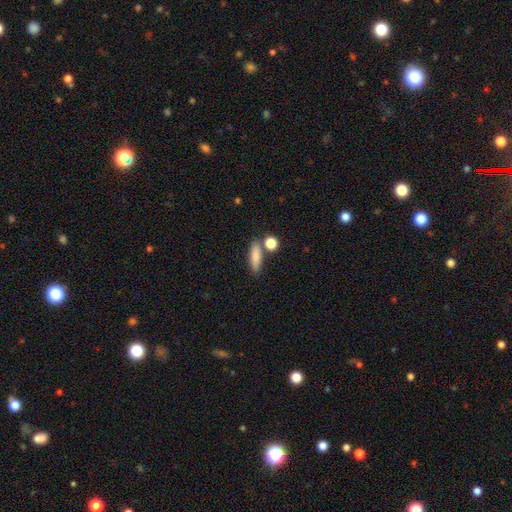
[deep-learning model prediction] Morphology: type=smooth (82%); roundness=in between (47%); merging=none (69%).